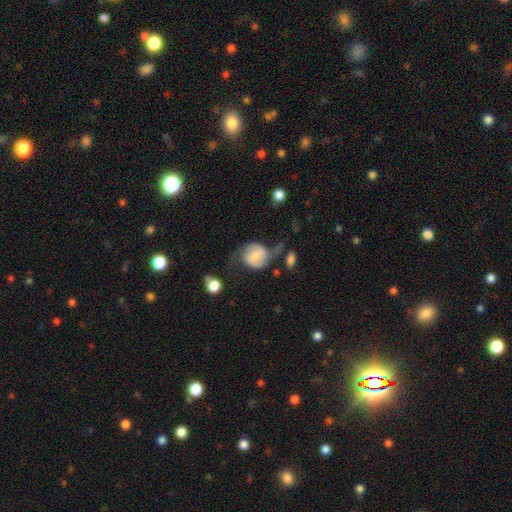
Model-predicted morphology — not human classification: Smooth or featured? featured or disk (54%)
Edge-on disk? no (97%)
Bar? weak (43%)
Spiral arms? yes (84%)
Bulge size? small (44%)
Merging? none (46%)